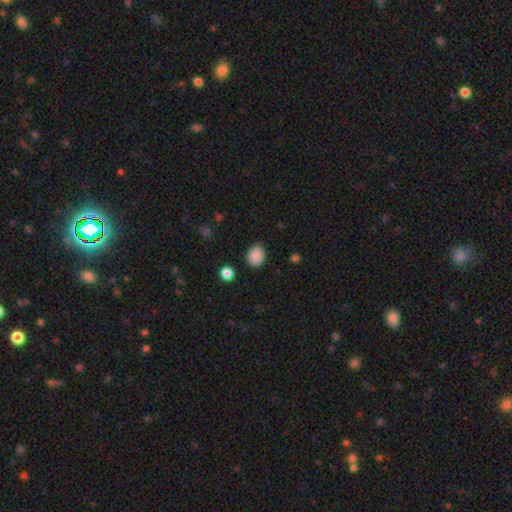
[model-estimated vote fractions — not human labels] Overall: smooth (87%). How rounded: in between (53%; round 46%). Merging: none (78%).